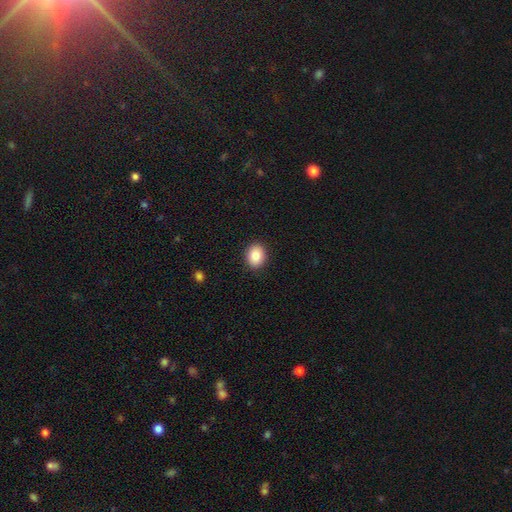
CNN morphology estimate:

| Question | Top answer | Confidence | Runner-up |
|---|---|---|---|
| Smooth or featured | smooth | 86% | star or artifact (8%) |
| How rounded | in between | 52% | round (47%) |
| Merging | none | 90% | minor disturbance (7%) |